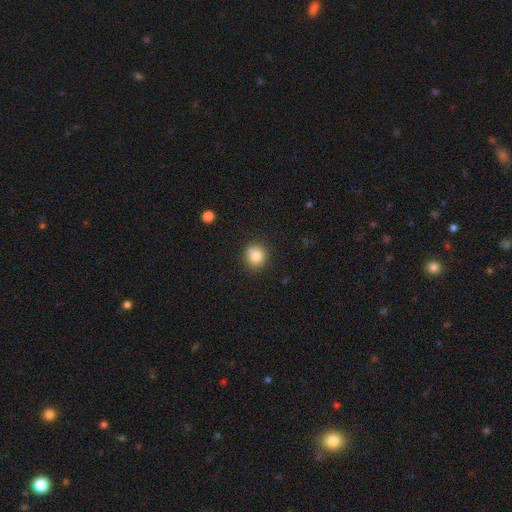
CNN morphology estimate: Smooth or featured: smooth — 83% (star or artifact — 10%)
How rounded: round — 86% (in between — 13%)
Merging: none — 75% (minor disturbance — 15%)